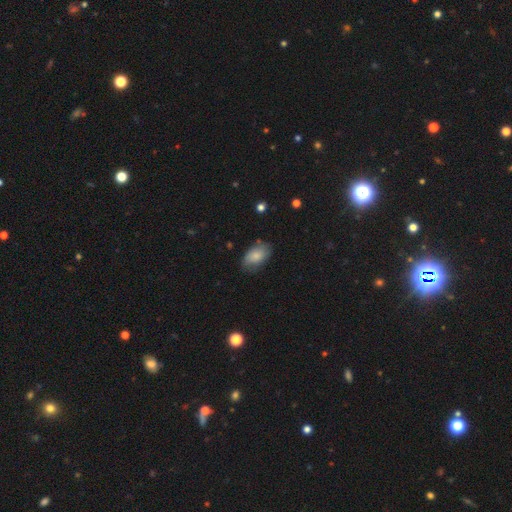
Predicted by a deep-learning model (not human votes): smooth-or-featured: smooth: 79% | featured or disk: 14% | star or artifact: 7%
  how-rounded: in between: 93% | round: 6% | cigar-shaped: 2%
  merging: none: 71% | minor disturbance: 22% | major disturbance: 5% | merger: 2%